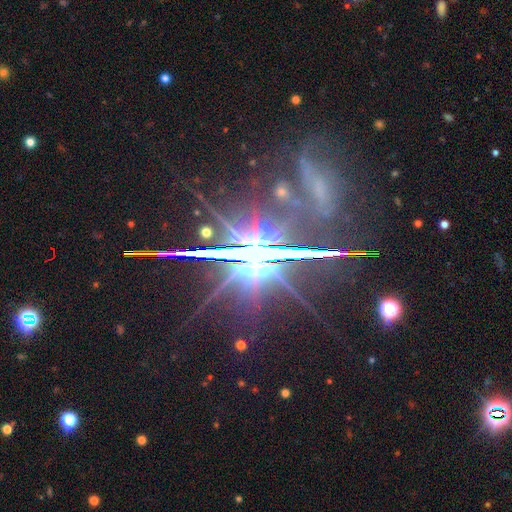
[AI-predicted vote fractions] star or artifact 70%, featured or disk 24%, smooth 7%.